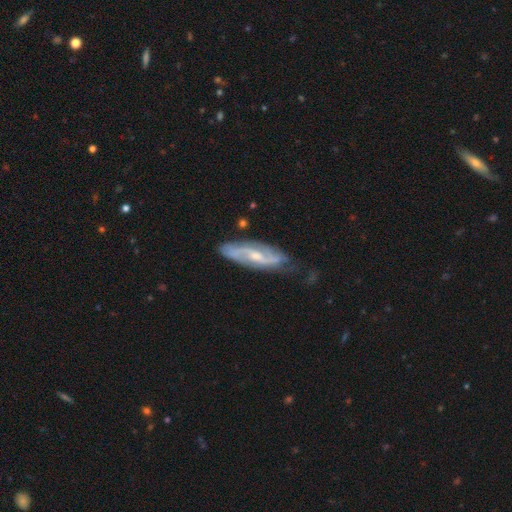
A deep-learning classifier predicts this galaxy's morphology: Smooth or featured?
  - featured or disk: 82% *
  - smooth: 13%
  - star or artifact: 5%
Edge-on disk?
  - no: 86% *
  - yes: 14%
Bar?
  - weak: 49% *
  - no: 34%
  - strong: 17%
Spiral arms?
  - yes: 94% *
  - no: 6%
Spiral winding?
  - medium: 46% *
  - loose: 31%
  - tight: 23%
Spiral arm count?
  - 2: 80% *
  - can't tell: 11%
  - 3: 4%
  - 1: 2%
  - 4: 1%
  - more than 4: 1%
Bulge size?
  - small: 49% *
  - moderate: 45%
  - none: 3%
  - large: 2%
  - dominant: 1%
Merging?
  - none: 71% *
  - minor disturbance: 22%
  - major disturbance: 5%
  - merger: 2%